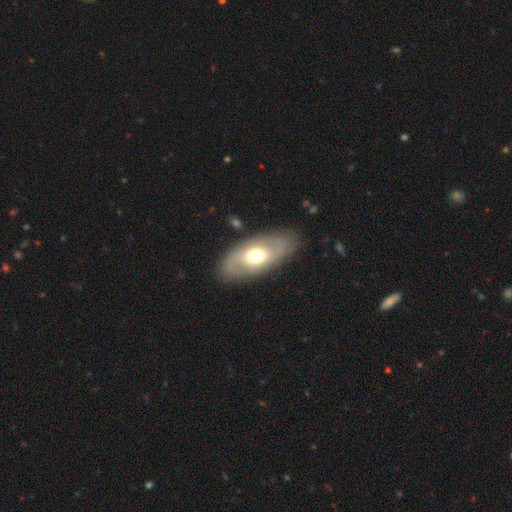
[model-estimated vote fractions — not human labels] The model was most divided on "smooth or featured": featured or disk: 53%, smooth: 42%, star or artifact: 6%. More confident: edge-on disk — no (86%); merging — none (84%).